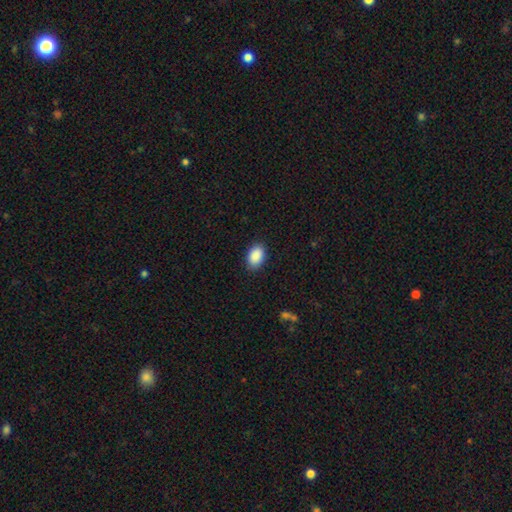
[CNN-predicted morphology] The model was most divided on "how rounded": in between: 88%, round: 11%, cigar-shaped: 1%. More confident: smooth or featured — smooth (90%); merging — none (87%).